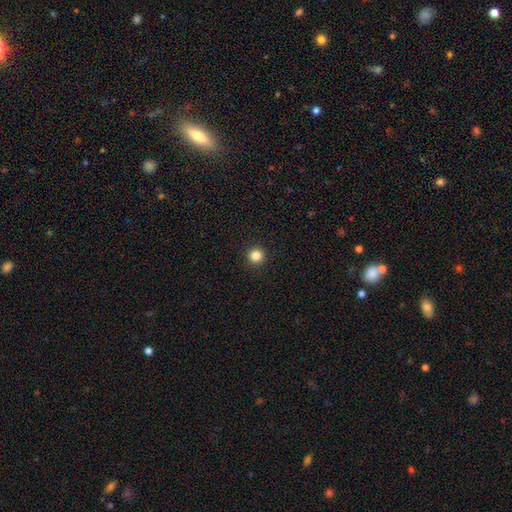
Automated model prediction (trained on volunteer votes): Overall: smooth (85%). How rounded: round (95%). Merging: none (94%).